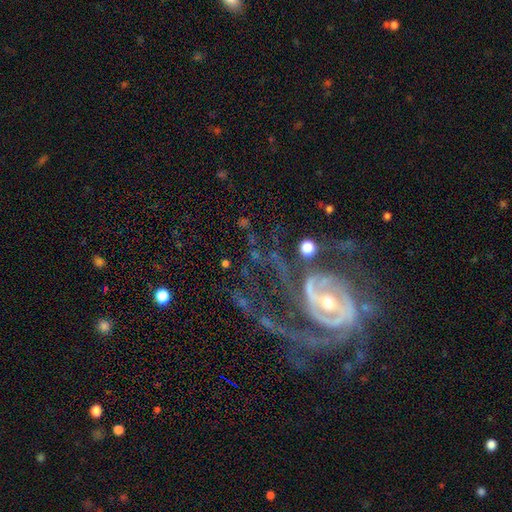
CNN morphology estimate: Smooth or featured: featured or disk — 78% (star or artifact — 11%)
Edge-on disk: no — 95% (yes — 5%)
Bar: strong — 36% (weak — 33%)
Spiral arms: yes — 89% (no — 11%)
Spiral winding: medium — 43% (tight — 36%)
Spiral arm count: 2 — 46% (can't tell — 19%)
Bulge size: small — 48% (moderate — 45%)
Merging: none — 51% (major disturbance — 26%)